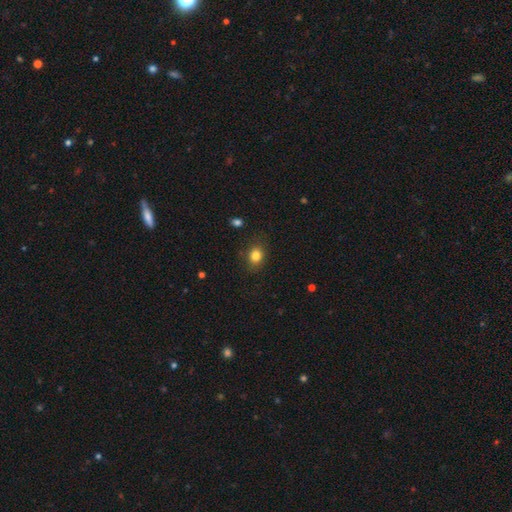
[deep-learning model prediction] A smooth galaxy with no disk features (83%) that is round (57%). Merging: none (84%).